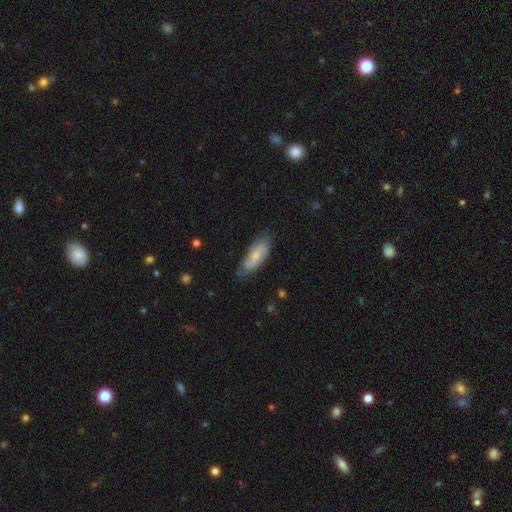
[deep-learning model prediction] Smooth or featured? Predicted: smooth (p=0.49). Merging? Predicted: none (p=0.66).